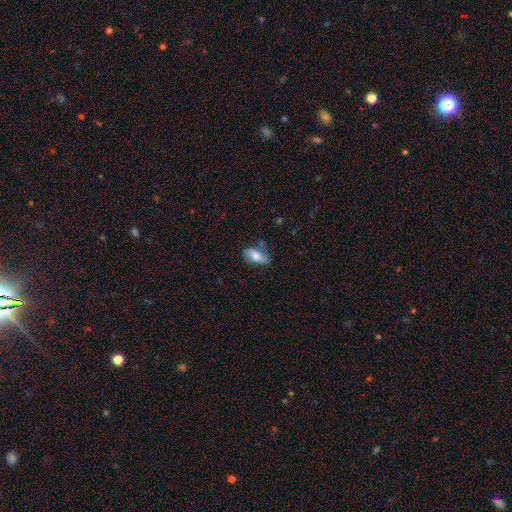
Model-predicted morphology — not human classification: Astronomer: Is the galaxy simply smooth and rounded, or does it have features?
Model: smooth — 56% (runner-up: featured or disk, 36%).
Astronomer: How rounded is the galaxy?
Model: in between — 84%.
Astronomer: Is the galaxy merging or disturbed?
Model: none — 57%.